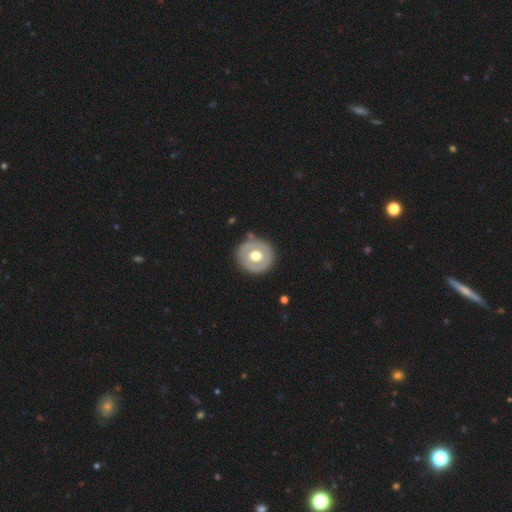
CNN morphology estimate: type=featured or disk (50%); edge-on=no (94%); merging=none (84%).